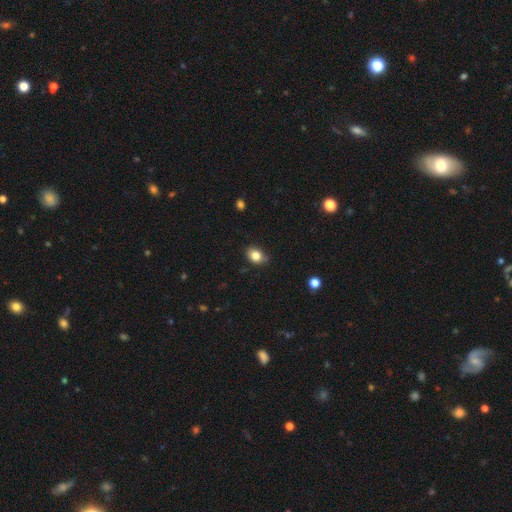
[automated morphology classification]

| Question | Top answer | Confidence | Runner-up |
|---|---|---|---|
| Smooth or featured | smooth | 82% | star or artifact (10%) |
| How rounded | in between | 64% | round (34%) |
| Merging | none | 75% | minor disturbance (21%) |